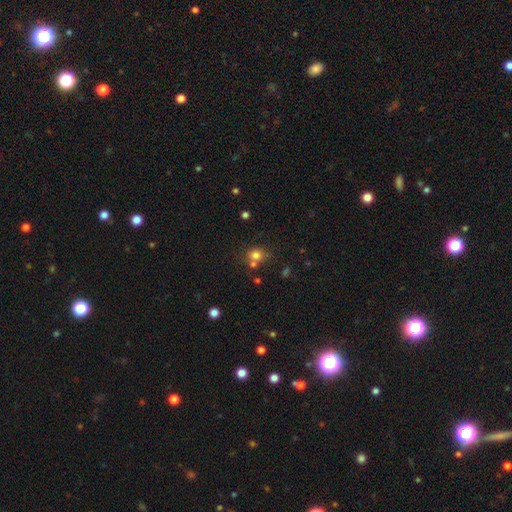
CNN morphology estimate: The model was most divided on "merging": none: 57%, merger: 24%, minor disturbance: 13%, major disturbance: 5%. More confident: smooth or featured — smooth (75%); how rounded — round (70%).